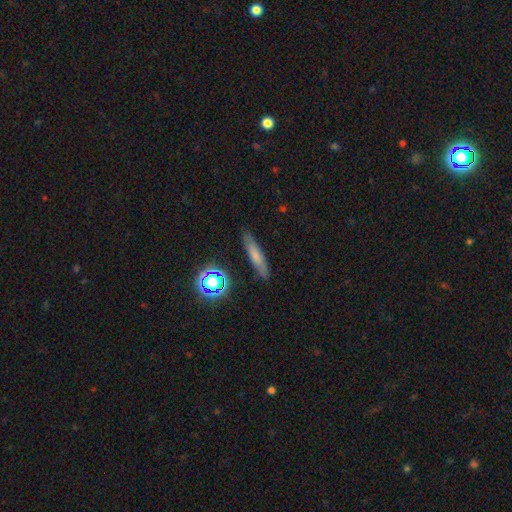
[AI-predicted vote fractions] This is likely a smooth galaxy (65%). How rounded: clearly cigar-shaped (82%). Merging: clearly none (83%).